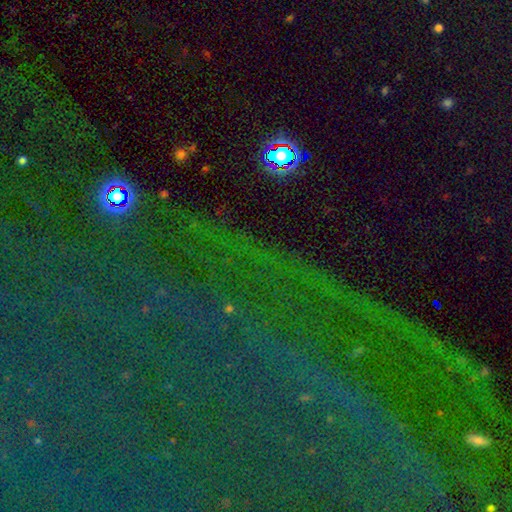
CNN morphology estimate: smooth-or-featured: star or artifact: 81% | smooth: 10% | featured or disk: 9%